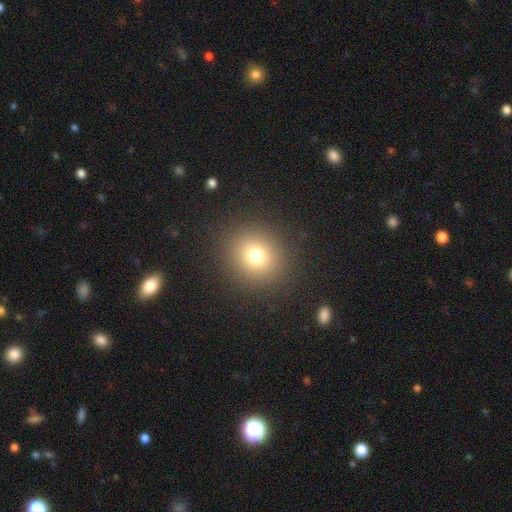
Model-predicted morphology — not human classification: smooth-or-featured: smooth: 74% | star or artifact: 16% | featured or disk: 9%
  how-rounded: round: 84% | in between: 15% | cigar-shaped: 1%
  merging: none: 89% | minor disturbance: 6% | major disturbance: 4% | merger: 1%